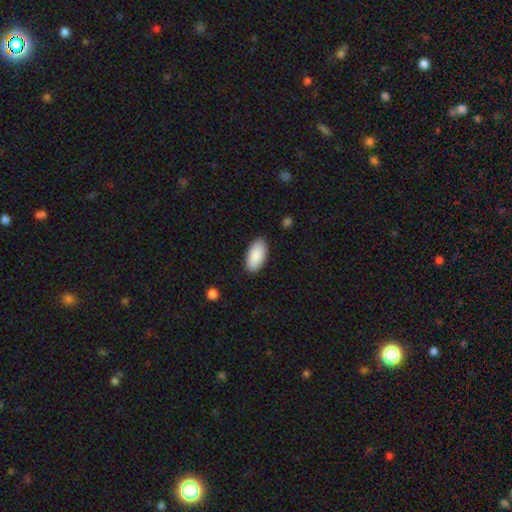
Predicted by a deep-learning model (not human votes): The model was most divided on "merging": none: 88%, minor disturbance: 9%, major disturbance: 2%, merger: 1%. More confident: how rounded — in between (95%); smooth or featured — smooth (90%).